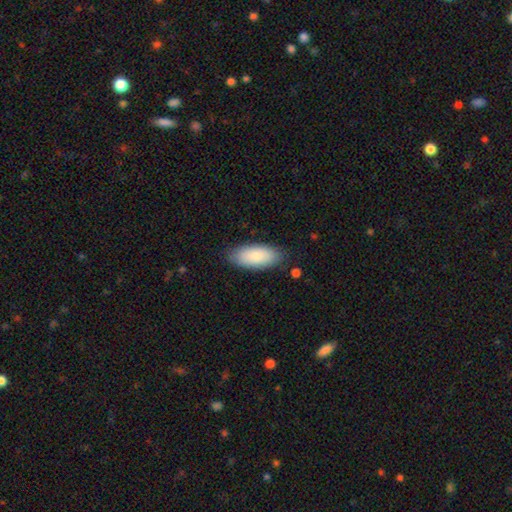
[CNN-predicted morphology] This appears to be a smooth galaxy with no disk features (86%) that is in between round and cigar-shaped (87%). Merging: none (84%).